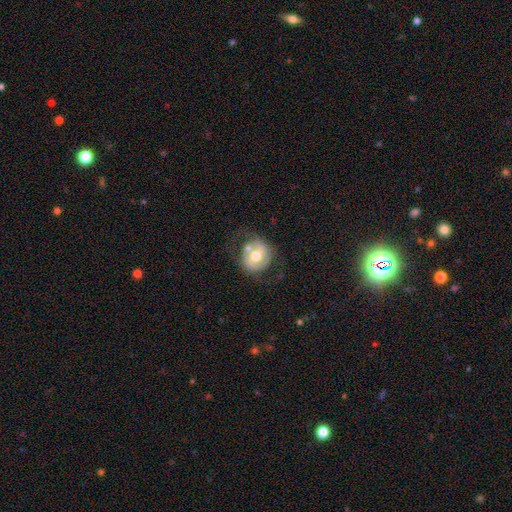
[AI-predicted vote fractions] This is possibly a featured or disk galaxy (47%). Merging: possibly none (55%).